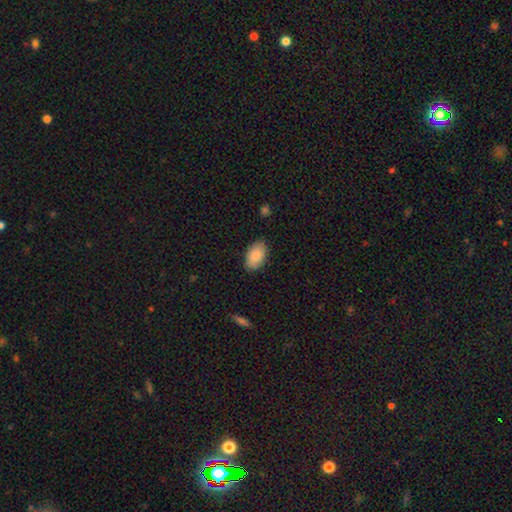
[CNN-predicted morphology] This appears to be a smooth galaxy with no disk features (88%) that is in between round and cigar-shaped (94%). Merging: none (85%).